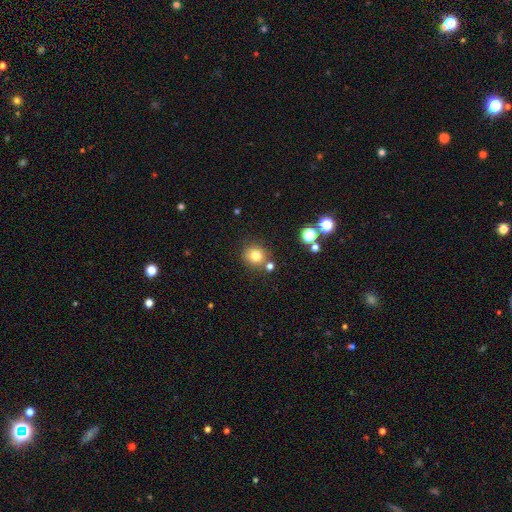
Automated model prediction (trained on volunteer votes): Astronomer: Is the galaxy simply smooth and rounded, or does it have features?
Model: smooth — 79%.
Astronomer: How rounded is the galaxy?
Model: round — 84%.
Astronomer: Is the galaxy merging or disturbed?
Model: none — 77%.